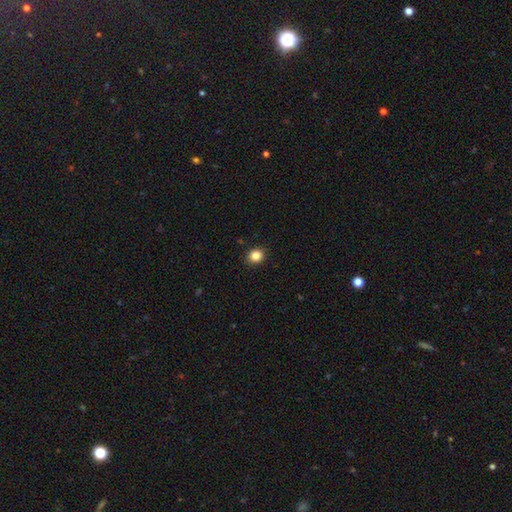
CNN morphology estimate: Overall: smooth (85%). How rounded: round (79%). Merging: none (91%).